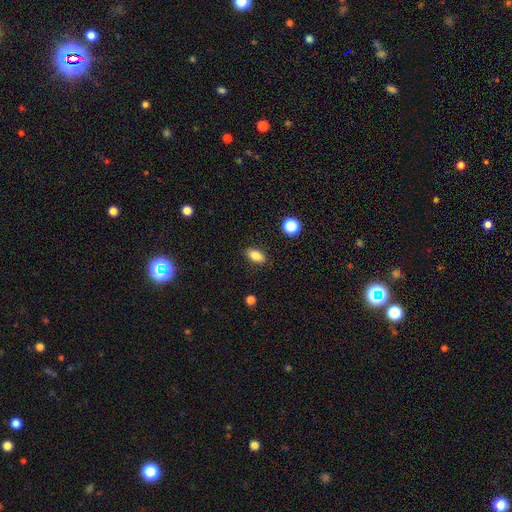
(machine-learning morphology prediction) Overall: smooth (86%). How rounded: in between (88%). Merging: none (87%).